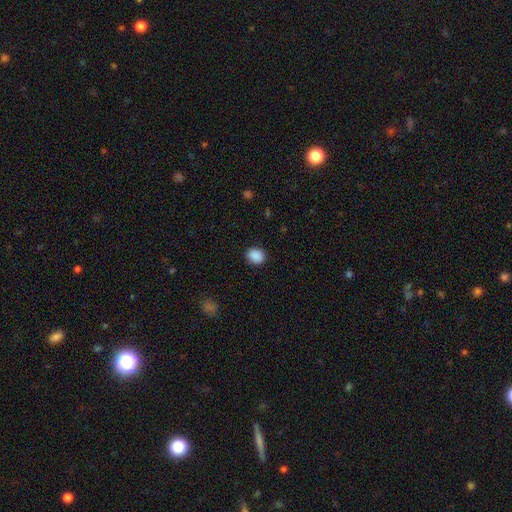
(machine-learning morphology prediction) This appears to be a smooth galaxy with no disk features (89%) that is round (58%). Merging: none (89%).